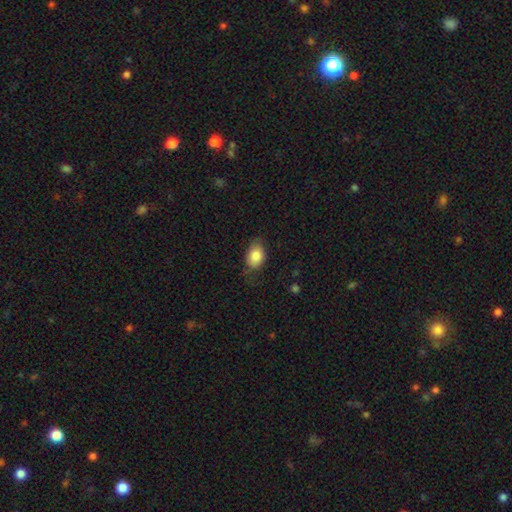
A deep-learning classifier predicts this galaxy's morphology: Overall: smooth (85%). How rounded: in between (83%). Merging: none (68%).